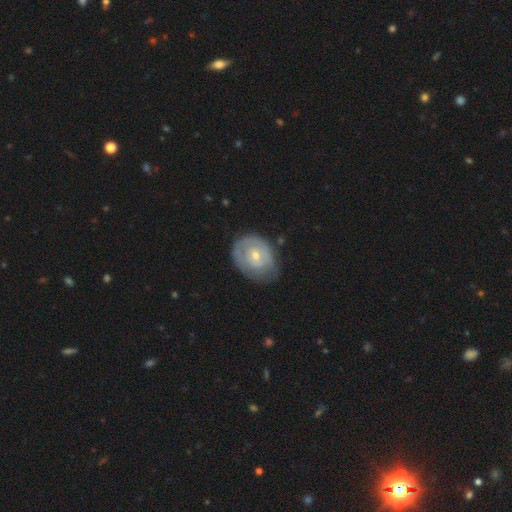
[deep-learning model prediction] Morphology: type=featured or disk (62%); edge-on=no (96%); bar=no (73%); spiral arms=yes (56%); bulge=small (52%); merging=none (62%).